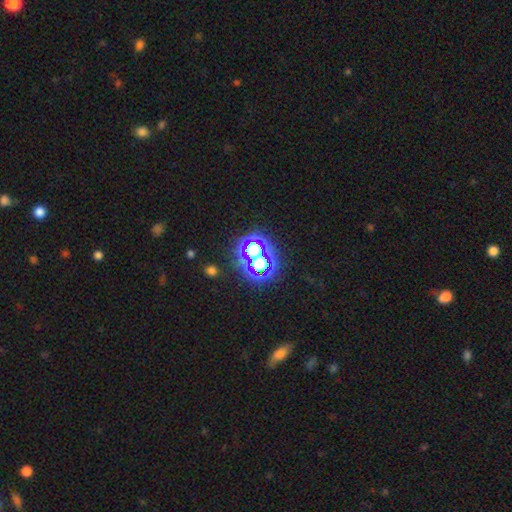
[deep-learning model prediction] A star or artifact, not a galaxy (60%).

Vote fractions:
- Smooth or featured? star or artifact: 60% / smooth: 22% / featured or disk: 18%